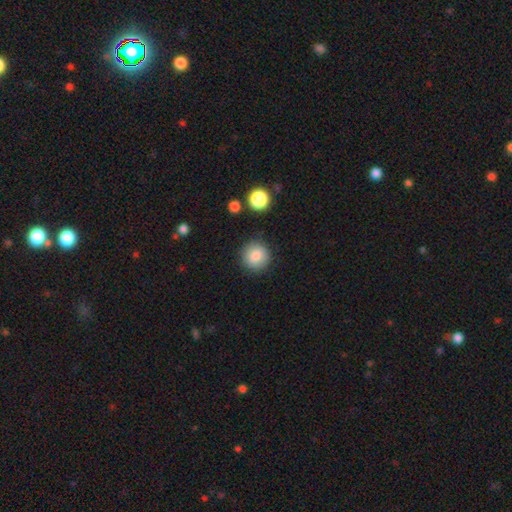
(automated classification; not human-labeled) Smooth or featured: smooth — 84% (star or artifact — 9%)
How rounded: round — 93% (in between — 6%)
Merging: none — 88% (minor disturbance — 8%)